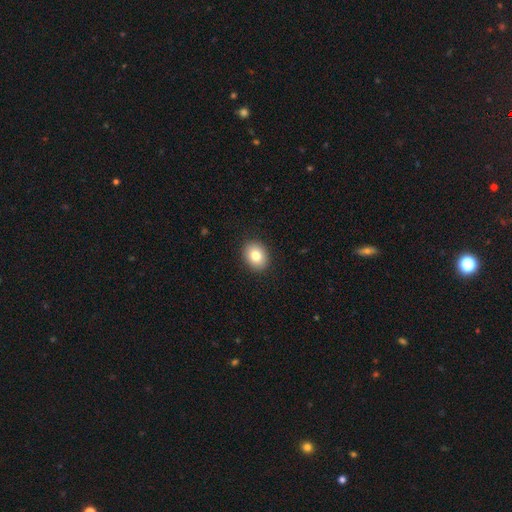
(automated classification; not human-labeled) This appears to be a smooth galaxy with no disk features (81%) that is in between round and cigar-shaped (53%). Merging: none (90%).